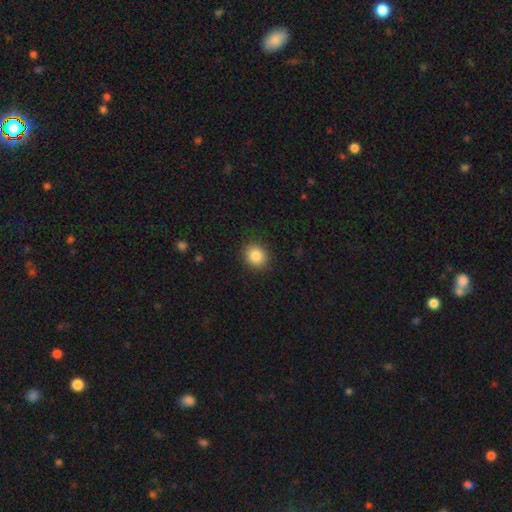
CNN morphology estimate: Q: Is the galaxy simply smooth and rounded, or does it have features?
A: smooth — 85%.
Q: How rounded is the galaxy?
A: round — 74%.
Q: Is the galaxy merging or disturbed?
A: none — 90%.